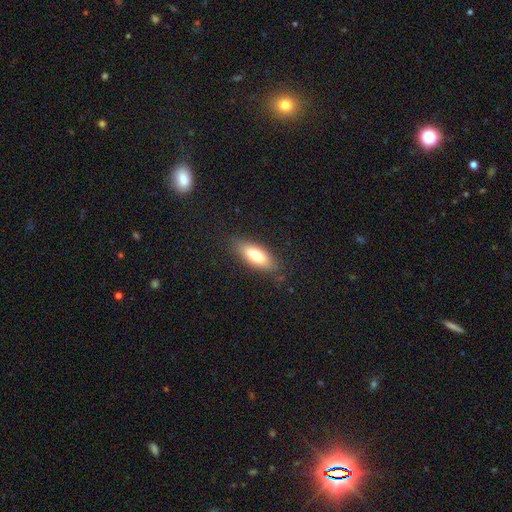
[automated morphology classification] Smooth or featured: smooth — 73% (featured or disk — 20%)
How rounded: in between — 73% (cigar-shaped — 25%)
Merging: none — 81% (minor disturbance — 14%)